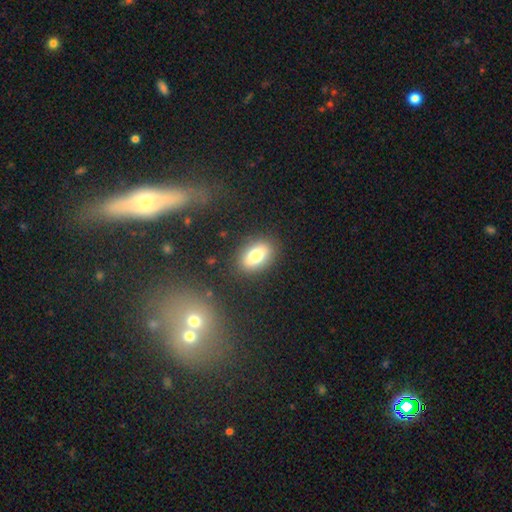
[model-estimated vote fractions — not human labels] smooth-or-featured: smooth: 77% | featured or disk: 14% | star or artifact: 10%
  how-rounded: in between: 83% | round: 15% | cigar-shaped: 3%
  merging: none: 85% | minor disturbance: 10% | major disturbance: 3% | merger: 2%